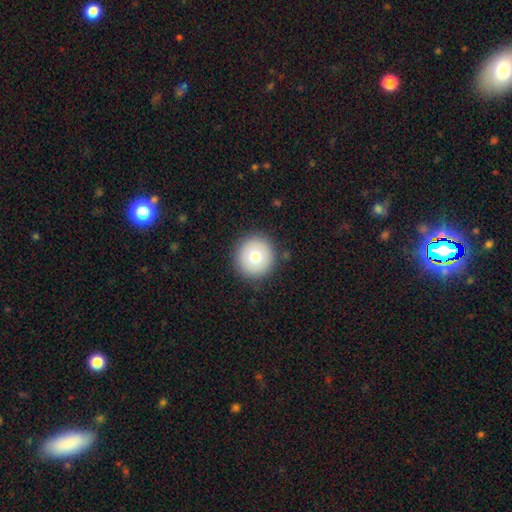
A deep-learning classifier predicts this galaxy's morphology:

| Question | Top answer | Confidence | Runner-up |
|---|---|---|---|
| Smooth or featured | smooth | 73% | featured or disk (16%) |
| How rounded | round | 96% | in between (3%) |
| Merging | none | 91% | minor disturbance (5%) |